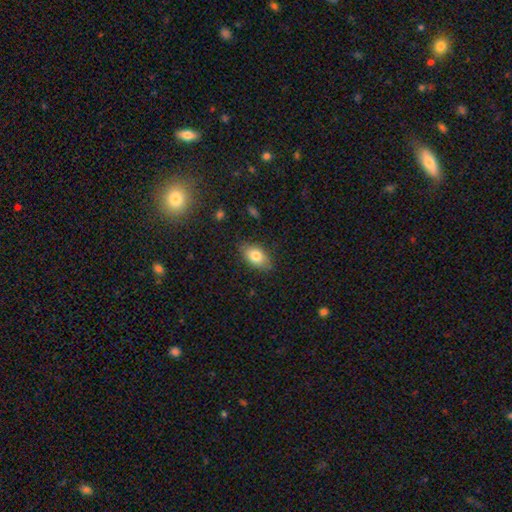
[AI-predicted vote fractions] Morphology: type=smooth (79%); roundness=in between (90%); merging=none (84%).